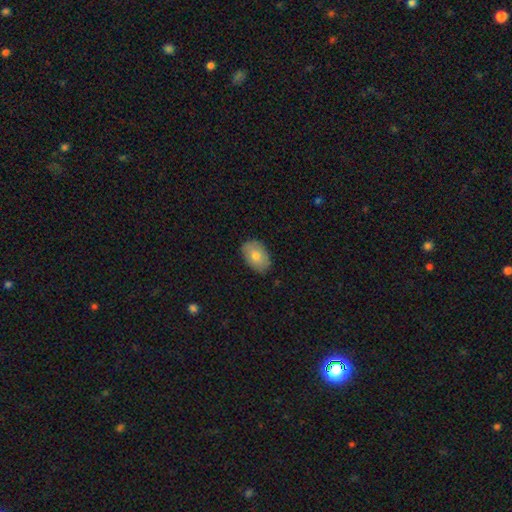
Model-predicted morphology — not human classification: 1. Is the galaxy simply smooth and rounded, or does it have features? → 77% smooth, 16% featured or disk, 7% star or artifact.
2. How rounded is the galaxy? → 86% in between, 13% round, 1% cigar-shaped.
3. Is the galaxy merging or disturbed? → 84% none, 13% minor disturbance, 2% major disturbance, 1% merger.